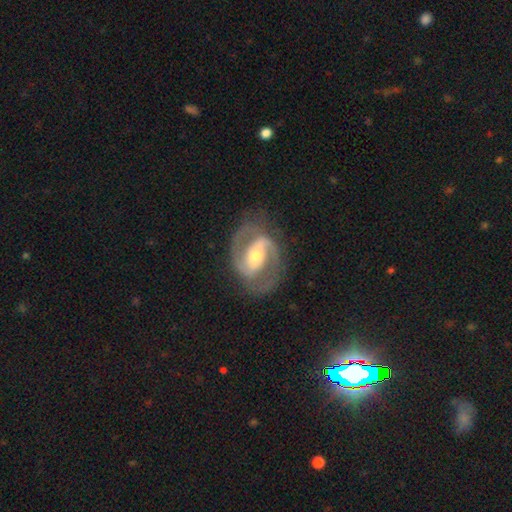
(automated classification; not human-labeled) Overall: featured or disk (89%). Edge-on disk: no (97%). Bar: strong (41%; weak 38%). Spiral arms: yes (95%). Spiral arm count: 2 (91%). Spiral winding: medium (57%; tight 27%). Bulge size: moderate (68%). Merging: none (76%).